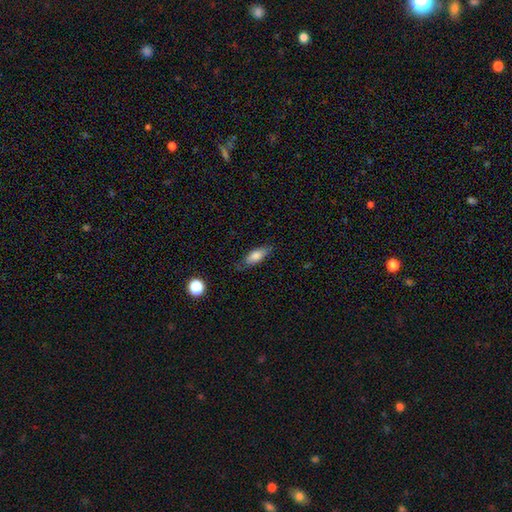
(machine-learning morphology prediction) A smooth galaxy with no disk features (77%) that is in between round and cigar-shaped (74%).

Vote fractions:
- Smooth or featured? smooth: 77% / featured or disk: 16% / star or artifact: 7%
- How rounded? in between: 74% / cigar-shaped: 23% / round: 3%
- Merging? none: 73% / minor disturbance: 20% / major disturbance: 5% / merger: 2%